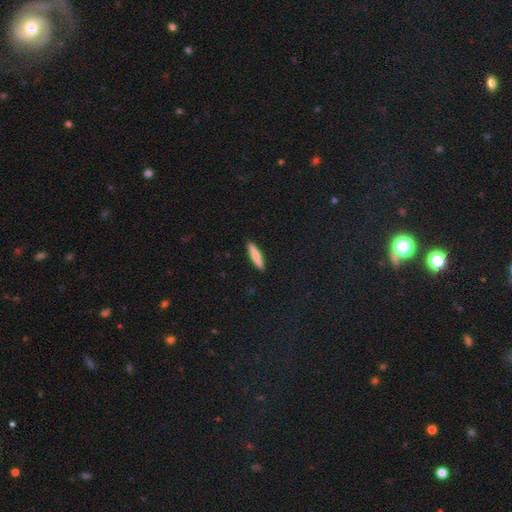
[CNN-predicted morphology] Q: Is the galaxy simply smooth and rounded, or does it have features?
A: smooth — 78%.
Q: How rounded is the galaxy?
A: cigar-shaped — 87%.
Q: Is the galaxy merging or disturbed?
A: none — 91%.